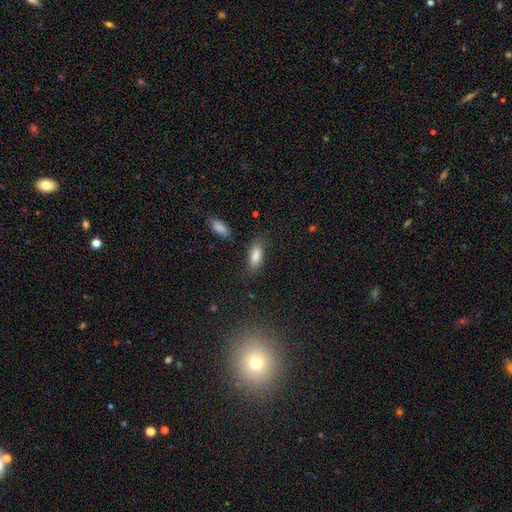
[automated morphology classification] Q: Smooth or featured?
A: smooth (85%); runner-up: star or artifact (8%)
Q: How rounded?
A: in between (78%); runner-up: cigar-shaped (20%)
Q: Merging?
A: none (79%); runner-up: minor disturbance (14%)